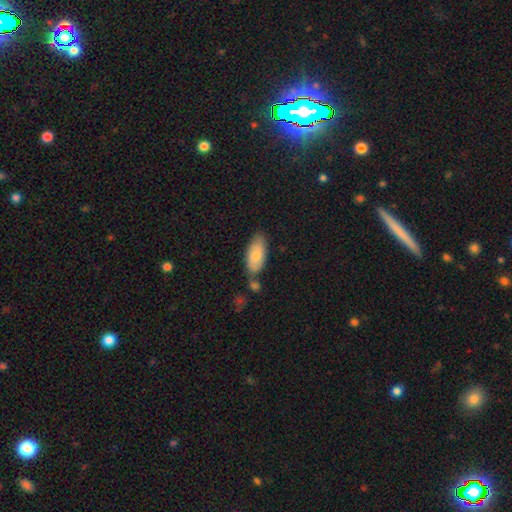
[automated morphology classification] The model was most divided on "merging": none: 61%, minor disturbance: 19%, merger: 15%, major disturbance: 4%. More confident: how rounded — in between (90%); smooth or featured — smooth (75%).